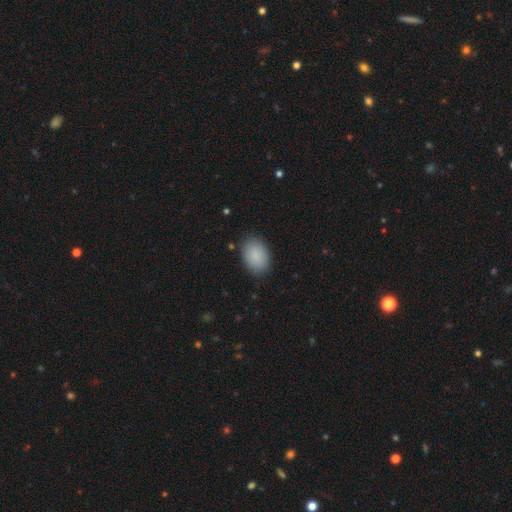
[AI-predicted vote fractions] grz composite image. It shows a smooth galaxy with no disk features (88%) that is in between round and cigar-shaped (85%). Merging: none (85%).